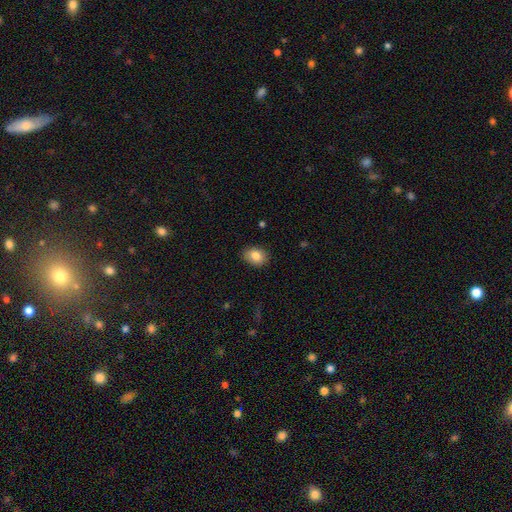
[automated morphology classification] This is clearly a smooth galaxy (83%). How rounded: likely in between (73%). Merging: clearly none (86%).